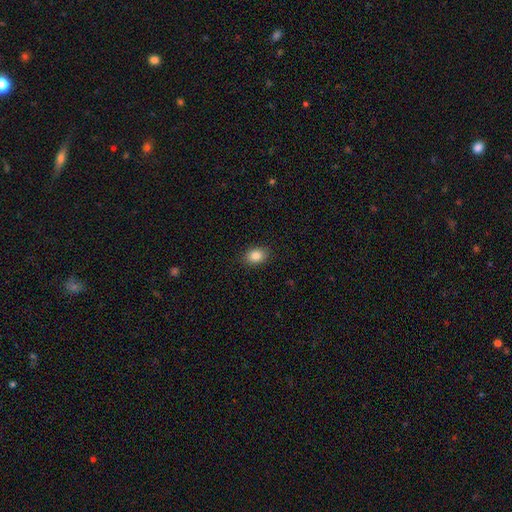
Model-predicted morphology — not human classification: Smooth or featured? smooth (85%)
How rounded? in between (69%)
Merging? none (89%)